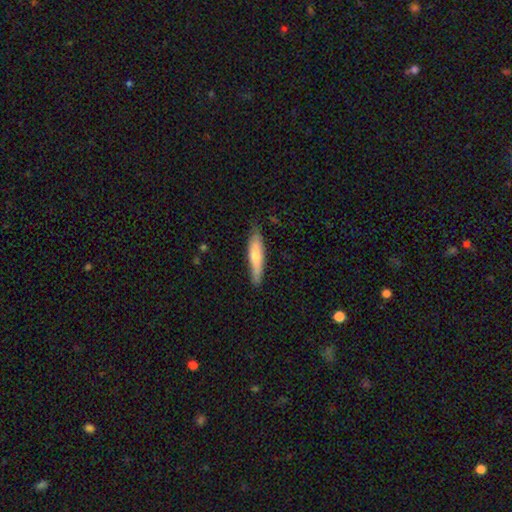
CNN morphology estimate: Smooth or featured? Predicted: smooth (p=0.70). How rounded? Predicted: cigar-shaped (p=0.80). Merging? Predicted: none (p=0.75).